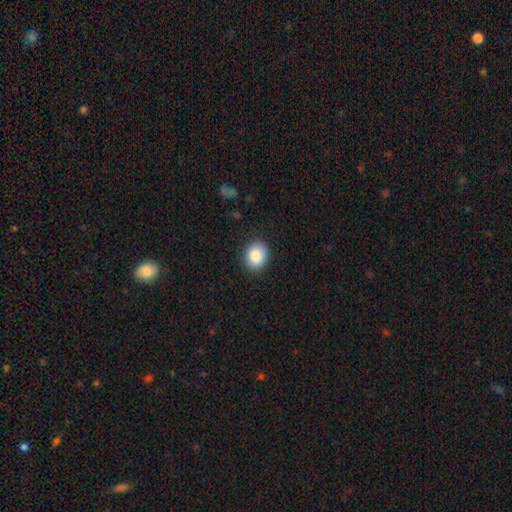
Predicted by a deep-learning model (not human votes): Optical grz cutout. It shows a smooth galaxy with no disk features (88%) that is round (55%). Merging: none (87%).